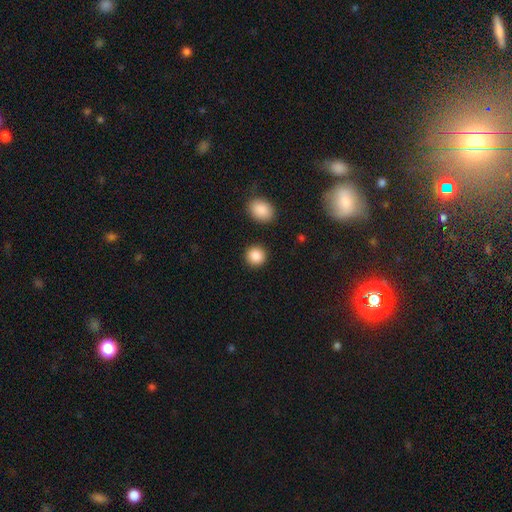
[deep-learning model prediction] A smooth galaxy with no disk features (88%) that is round (90%). Merging: none (90%).